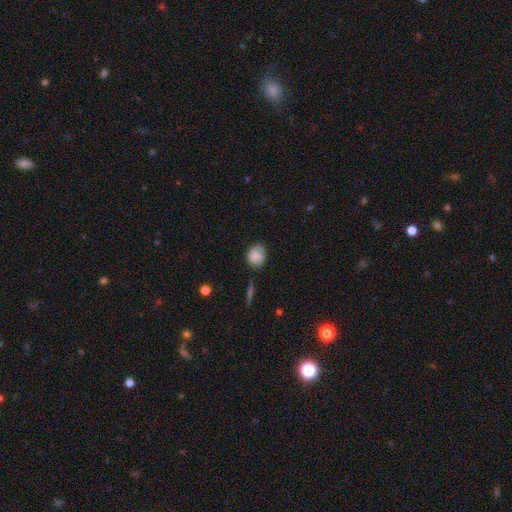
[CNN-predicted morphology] Smooth or featured? smooth (84%)
How rounded? round (70%)
Merging? none (71%)